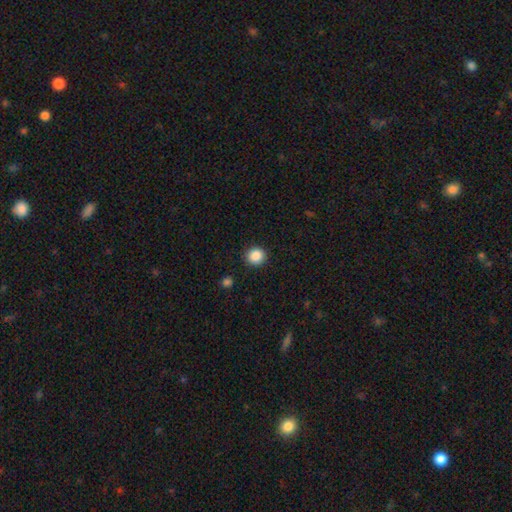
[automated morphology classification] A smooth galaxy with no disk features (87%) that is round (90%).

Vote fractions:
- Smooth or featured? smooth: 87% / star or artifact: 10% / featured or disk: 3%
- How rounded? round: 90% / in between: 9% / cigar-shaped: 1%
- Merging? none: 91% / minor disturbance: 6% / major disturbance: 2% / merger: 1%